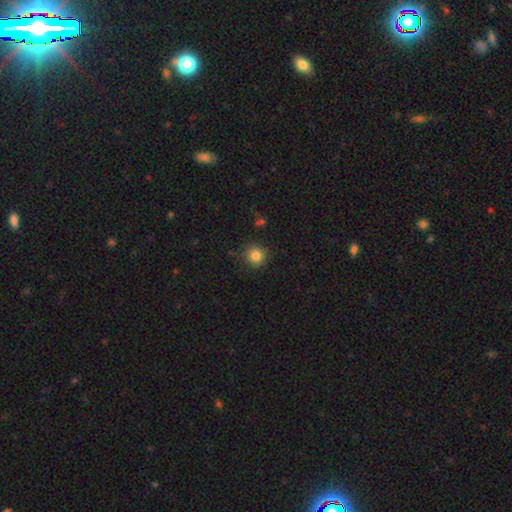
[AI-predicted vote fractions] Overall: smooth (83%). How rounded: round (92%). Merging: none (87%).